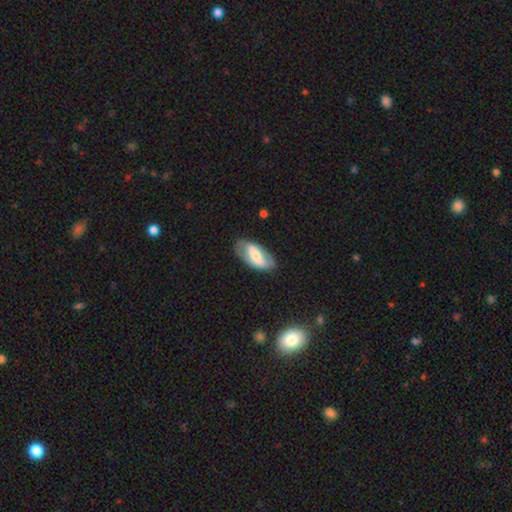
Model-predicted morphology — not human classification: This is possibly a featured or disk galaxy (50%). Merging: likely none (73%).